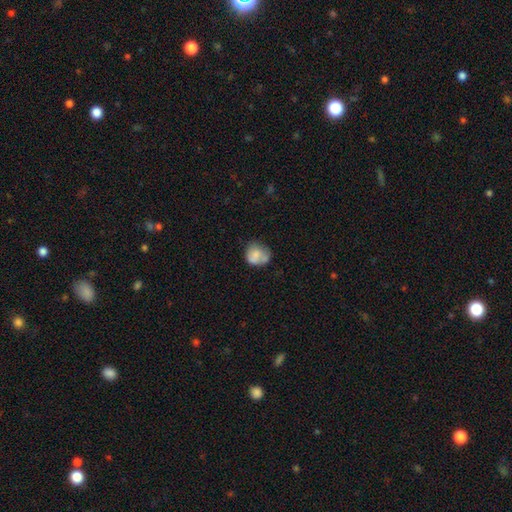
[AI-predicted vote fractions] smooth-or-featured: smooth: 73% | featured or disk: 18% | star or artifact: 9%
  how-rounded: round: 74% | in between: 25% | cigar-shaped: 1%
  merging: none: 44% | minor disturbance: 27% | merger: 16% | major disturbance: 12%